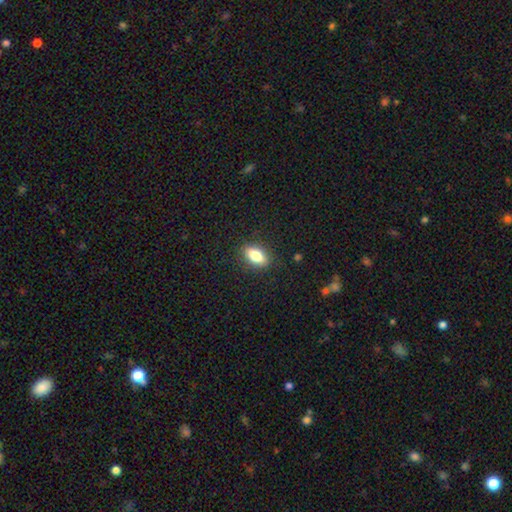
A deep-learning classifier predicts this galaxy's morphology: type=smooth (79%); roundness=in between (85%); merging=none (86%).